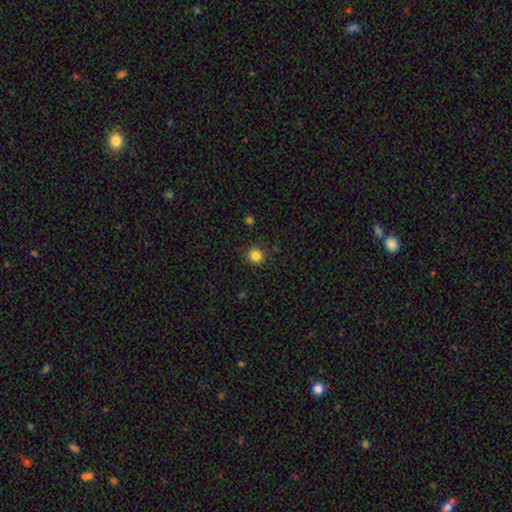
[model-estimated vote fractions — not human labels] Smooth or featured? Predicted: smooth (p=0.84). How rounded? Predicted: round (p=0.89). Merging? Predicted: none (p=0.89).